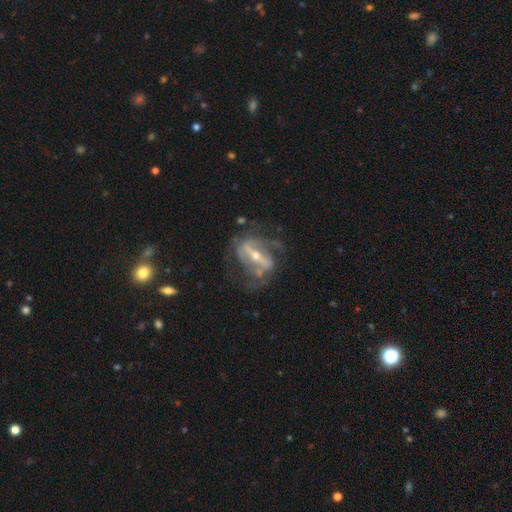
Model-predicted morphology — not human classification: Smooth or featured?
  - featured or disk: 87% *
  - smooth: 7%
  - star or artifact: 6%
Edge-on disk?
  - no: 91% *
  - yes: 9%
Bar?
  - strong: 72% *
  - weak: 20%
  - no: 8%
Spiral arms?
  - yes: 86% *
  - no: 14%
Spiral winding?
  - medium: 44% *
  - loose: 30%
  - tight: 25%
Spiral arm count?
  - 2: 70% *
  - can't tell: 14%
  - 3: 7%
  - 1: 4%
  - 4: 2%
  - more than 4: 2%
Bulge size?
  - small: 49% *
  - moderate: 47%
  - large: 2%
  - none: 1%
  - dominant: 1%
Merging?
  - none: 58% *
  - major disturbance: 20%
  - minor disturbance: 19%
  - merger: 3%